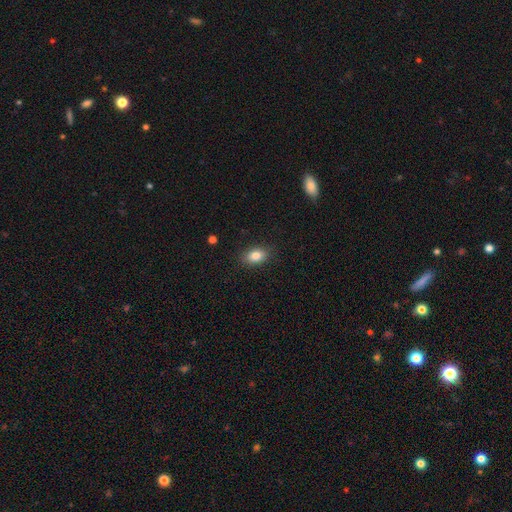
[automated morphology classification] Overall: smooth (83%). How rounded: in between (82%). Merging: none (87%).